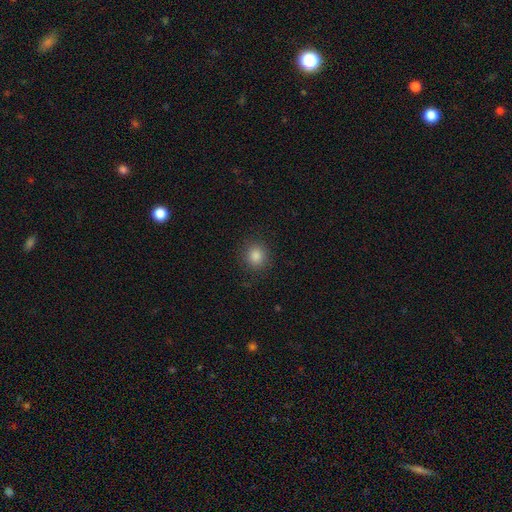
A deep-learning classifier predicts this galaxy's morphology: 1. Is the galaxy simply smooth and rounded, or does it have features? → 84% smooth, 12% star or artifact, 4% featured or disk.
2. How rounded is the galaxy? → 86% round, 13% in between, 1% cigar-shaped.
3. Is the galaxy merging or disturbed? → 89% none, 8% minor disturbance, 3% major disturbance, 1% merger.